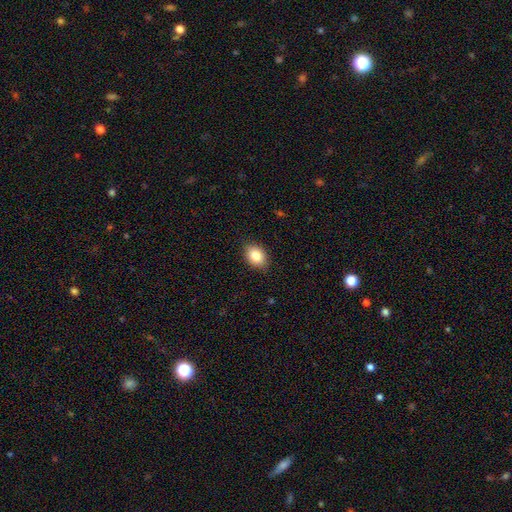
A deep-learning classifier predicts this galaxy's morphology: Smooth or featured: smooth — 83% (star or artifact — 8%)
How rounded: in between — 74% (round — 25%)
Merging: none — 86% (minor disturbance — 11%)